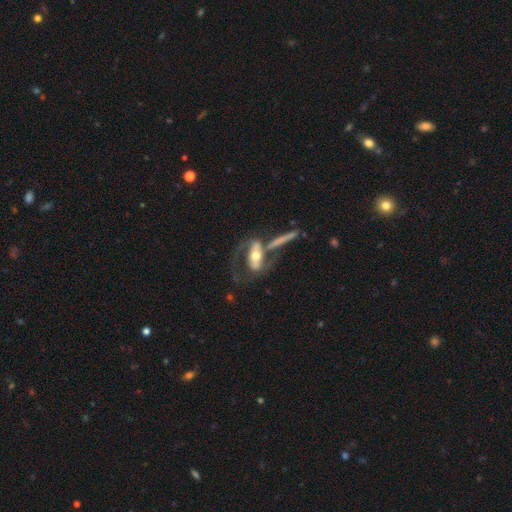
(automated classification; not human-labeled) This appears to be a featured or disk galaxy (70%) with a strong bar (41%), spiral arms (69%) and a moderate central bulge (68%). Merging: none (36%).